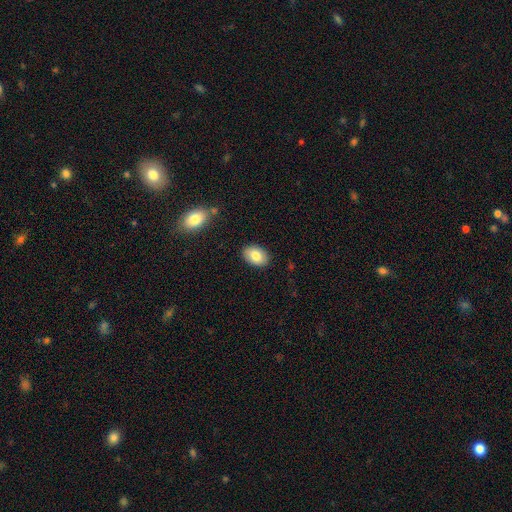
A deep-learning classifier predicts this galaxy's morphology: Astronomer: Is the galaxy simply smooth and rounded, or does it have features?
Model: smooth — 82%.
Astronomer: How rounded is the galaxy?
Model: in between — 86%.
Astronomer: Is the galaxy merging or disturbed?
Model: none — 88%.